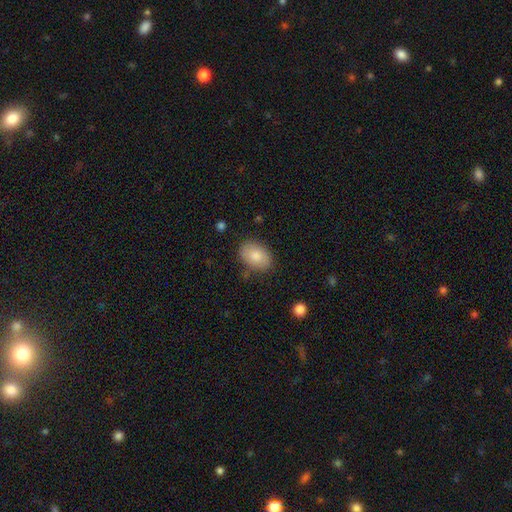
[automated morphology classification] Q: Smooth or featured?
A: smooth (81%); runner-up: featured or disk (12%)
Q: How rounded?
A: in between (83%); runner-up: round (16%)
Q: Merging?
A: none (81%); runner-up: minor disturbance (14%)